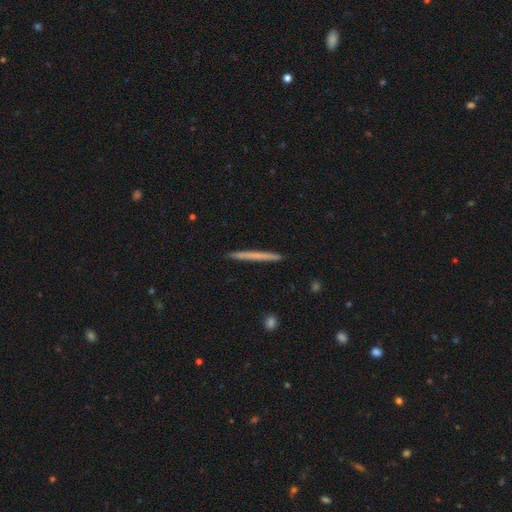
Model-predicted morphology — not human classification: A smooth galaxy with no disk features (59%) that is cigar-shaped (97%).

Vote fractions:
- Smooth or featured? smooth: 59% / featured or disk: 36% / star or artifact: 6%
- How rounded? cigar-shaped: 97% / in between: 1% / round: 1%
- Merging? none: 92% / minor disturbance: 5% / major disturbance: 1% / merger: 1%